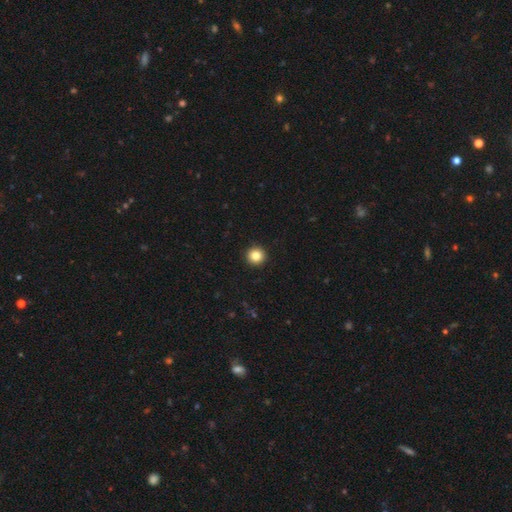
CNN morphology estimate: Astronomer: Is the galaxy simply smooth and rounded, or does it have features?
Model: smooth — 84%.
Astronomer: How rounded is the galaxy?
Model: round — 96%.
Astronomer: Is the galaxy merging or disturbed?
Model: none — 94%.